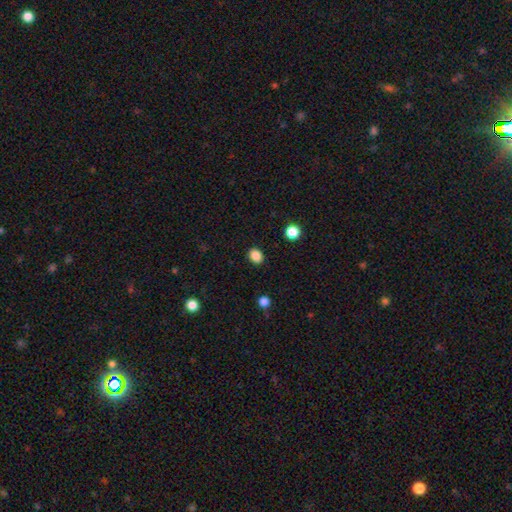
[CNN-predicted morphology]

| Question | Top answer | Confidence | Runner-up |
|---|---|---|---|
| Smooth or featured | smooth | 87% | star or artifact (10%) |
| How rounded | round | 51% | in between (48%) |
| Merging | none | 90% | minor disturbance (7%) |